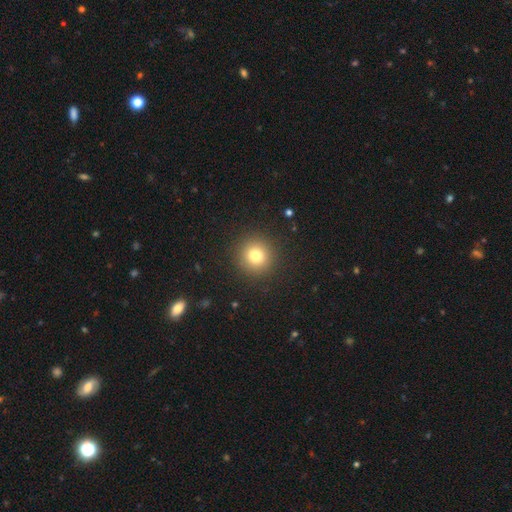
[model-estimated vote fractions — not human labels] A smooth galaxy with no disk features (78%) that is round (94%).

Vote fractions:
- Smooth or featured? smooth: 78% / star or artifact: 13% / featured or disk: 8%
- How rounded? round: 94% / in between: 5% / cigar-shaped: 1%
- Merging? none: 91% / minor disturbance: 5% / major disturbance: 2% / merger: 1%